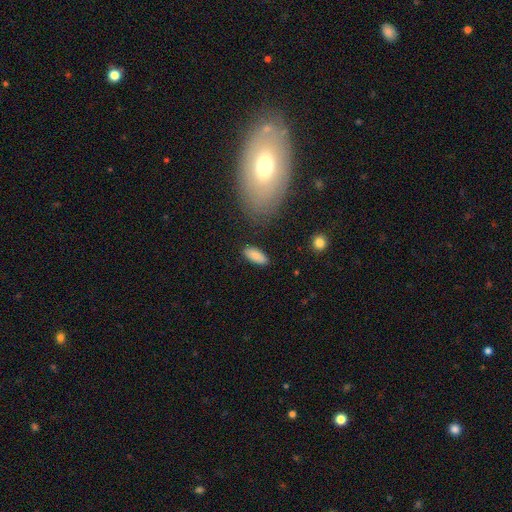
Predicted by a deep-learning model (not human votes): Morphology: type=smooth (87%); roundness=in between (83%); merging=none (86%).